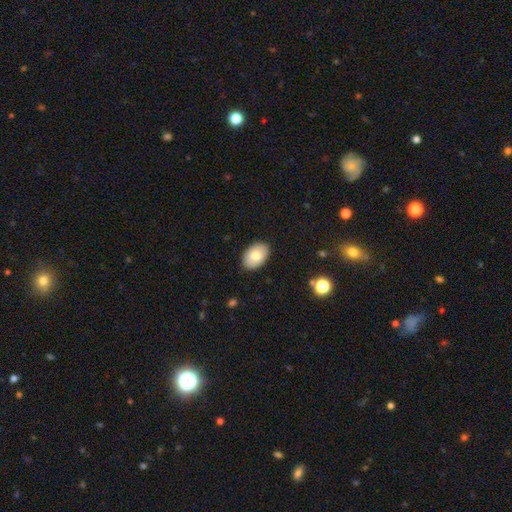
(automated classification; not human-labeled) Smooth or featured? Predicted: smooth (p=0.76). How rounded? Predicted: in between (p=0.88). Merging? Predicted: none (p=0.89).